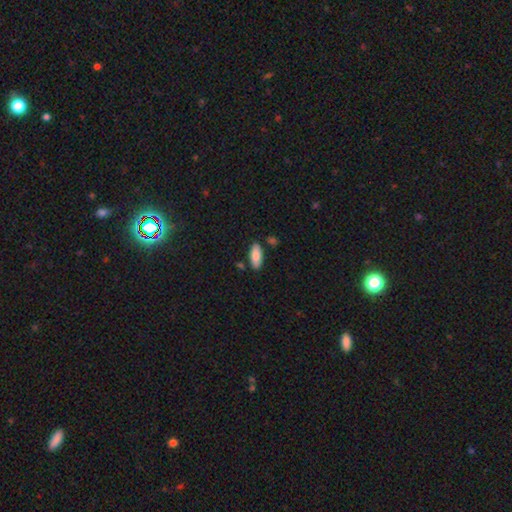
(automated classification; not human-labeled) Smooth or featured?
  - smooth: 85% *
  - featured or disk: 9%
  - star or artifact: 6%
How rounded?
  - in between: 82% *
  - cigar-shaped: 16%
  - round: 2%
Merging?
  - none: 83% *
  - minor disturbance: 11%
  - merger: 4%
  - major disturbance: 2%